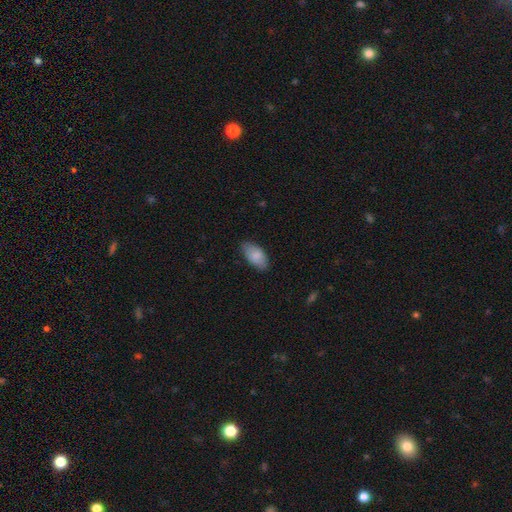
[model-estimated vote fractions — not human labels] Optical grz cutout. It shows a smooth galaxy with no disk features (85%) that is in between round and cigar-shaped (94%). Merging: none (78%).